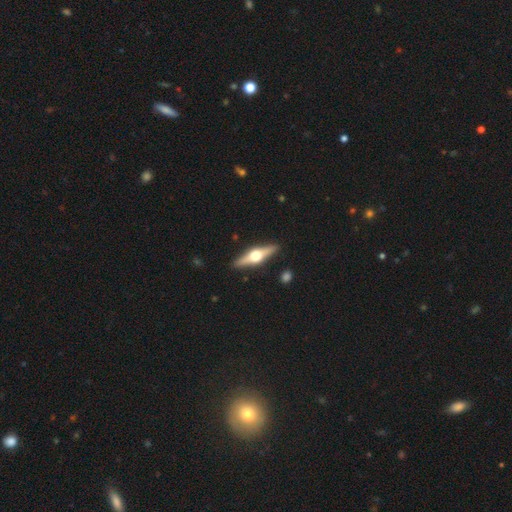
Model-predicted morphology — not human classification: Smooth or featured? Predicted: featured or disk (p=0.75). Edge-on disk? Predicted: yes (p=0.97). Edge-on bulge? Predicted: rounded (p=0.97). Merging? Predicted: none (p=0.91).